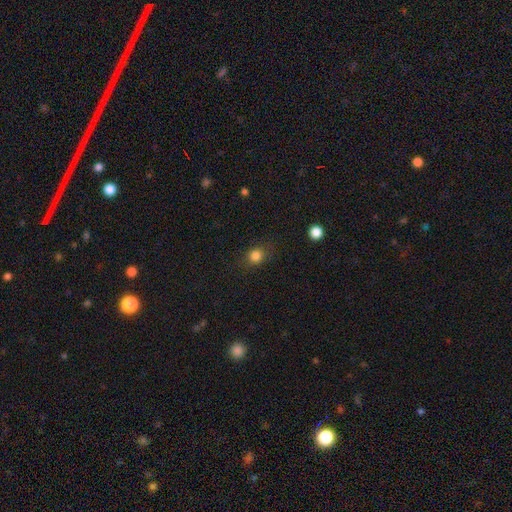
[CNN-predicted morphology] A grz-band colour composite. It shows a smooth galaxy with no disk features (82%) that is round (72%). Merging: none (80%).